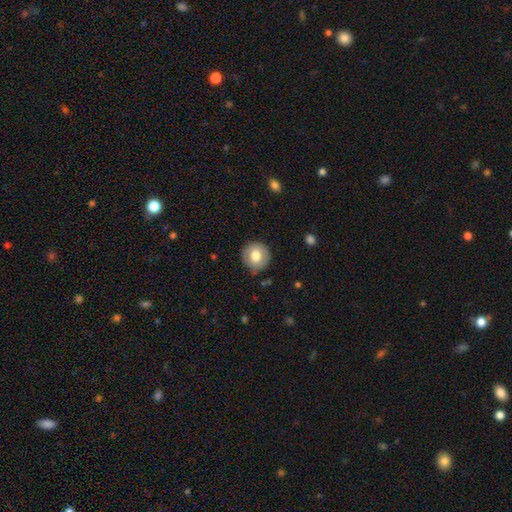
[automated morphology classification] Smooth or featured: smooth — 77% (featured or disk — 14%)
How rounded: round — 93% (in between — 6%)
Merging: none — 86% (minor disturbance — 11%)